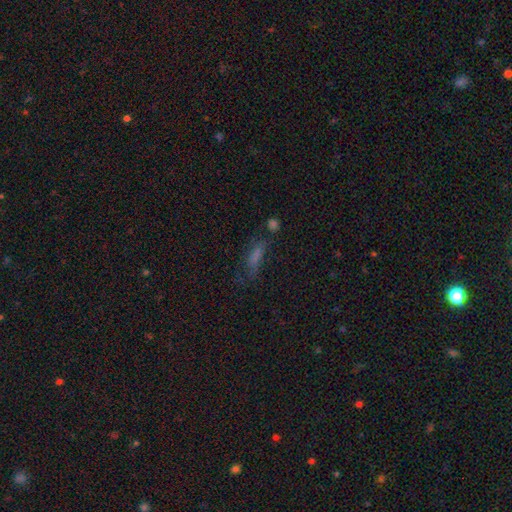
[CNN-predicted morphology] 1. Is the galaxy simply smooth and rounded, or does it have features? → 53% smooth, 25% star or artifact, 22% featured or disk.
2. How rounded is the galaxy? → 59% cigar-shaped, 37% in between, 5% round.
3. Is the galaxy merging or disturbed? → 55% none, 22% minor disturbance, 15% major disturbance, 8% merger.